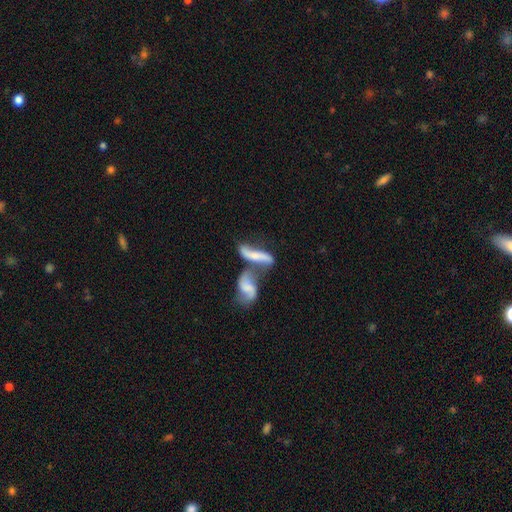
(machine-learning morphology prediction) smooth_or_featured: featured or disk (p=0.55) [alt: smooth p=0.37]
disk_edge_on: no (p=0.75) [alt: yes p=0.25]
merging: merger (p=0.61) [alt: none p=0.21]